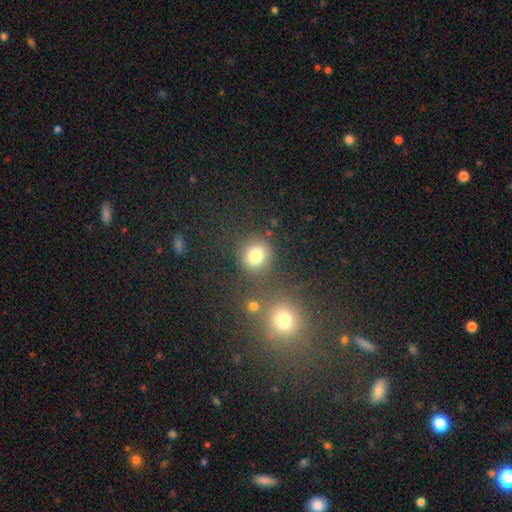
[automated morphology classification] Q: Smooth or featured?
A: smooth (79%); runner-up: star or artifact (14%)
Q: How rounded?
A: round (80%); runner-up: in between (19%)
Q: Merging?
A: none (73%); runner-up: merger (11%)